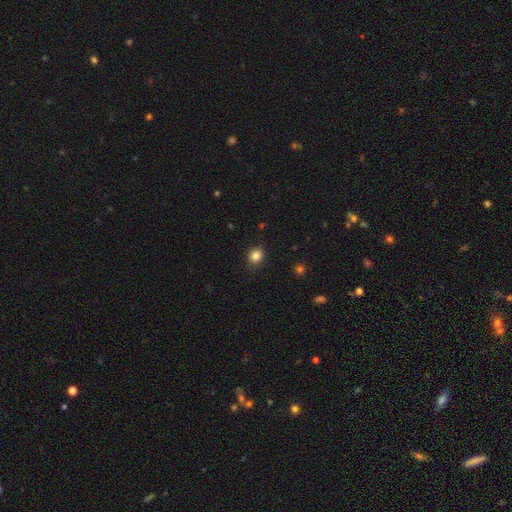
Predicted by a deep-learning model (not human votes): smooth_or_featured: smooth (p=0.84) [alt: star or artifact p=0.11]
how_rounded: round (p=0.71) [alt: in between p=0.28]
merging: none (p=0.88) [alt: minor disturbance p=0.09]